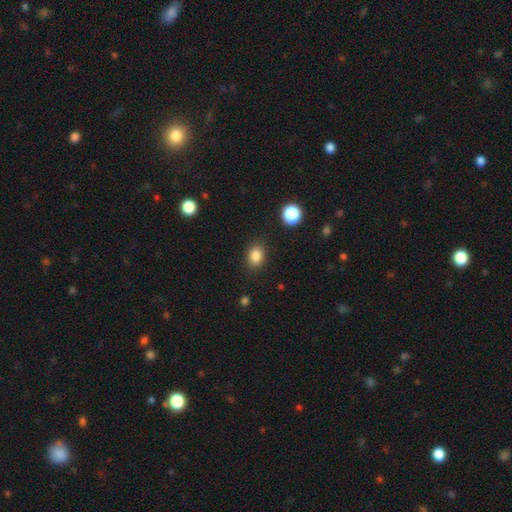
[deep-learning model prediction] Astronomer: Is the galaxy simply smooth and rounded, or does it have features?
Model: smooth — 85%.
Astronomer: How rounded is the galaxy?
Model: in between — 55% (runner-up: round, 44%).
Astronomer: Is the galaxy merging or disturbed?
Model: none — 86%.